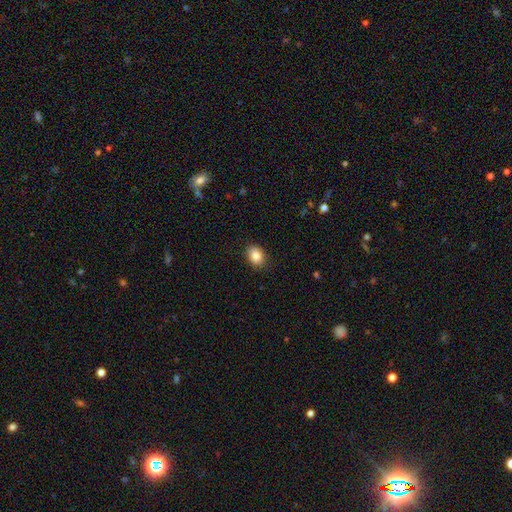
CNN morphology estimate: Smooth or featured: smooth — 87% (star or artifact — 8%)
How rounded: in between — 65% (round — 34%)
Merging: none — 86% (minor disturbance — 11%)